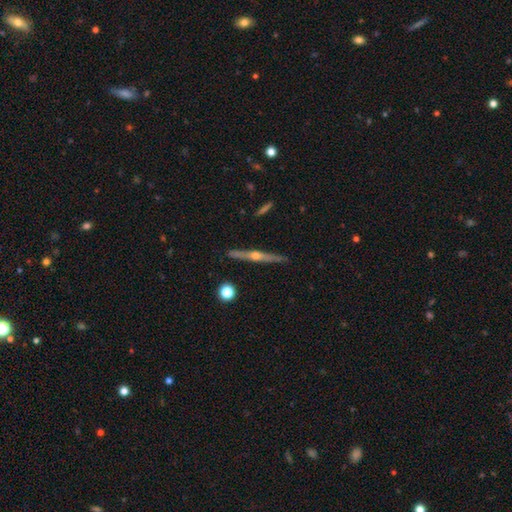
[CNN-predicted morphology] This appears to be a featured or disk galaxy (80%) viewed edge-on (98%) with a rounded central bulge (89%). Merging: none (91%).